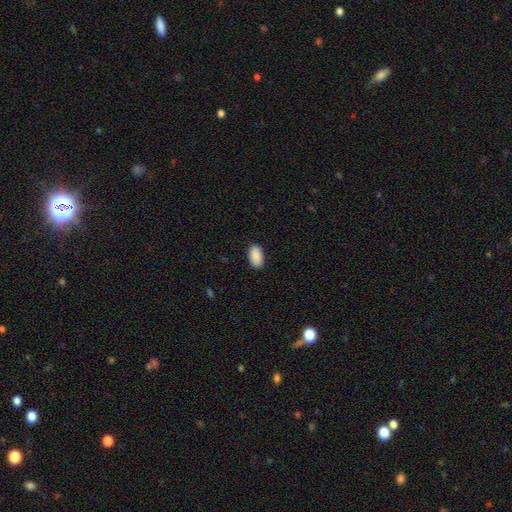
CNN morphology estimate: Q: Smooth or featured?
A: smooth (90%); runner-up: star or artifact (6%)
Q: How rounded?
A: in between (95%); runner-up: round (3%)
Q: Merging?
A: none (89%); runner-up: minor disturbance (8%)